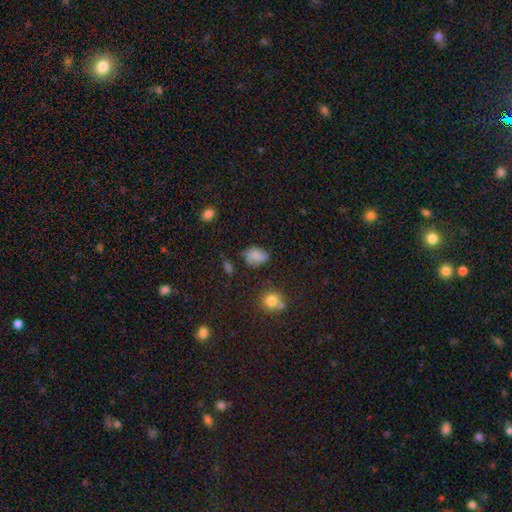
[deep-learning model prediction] This is likely a smooth galaxy (63%). How rounded: likely in between (67%). Merging: possibly none (48%).